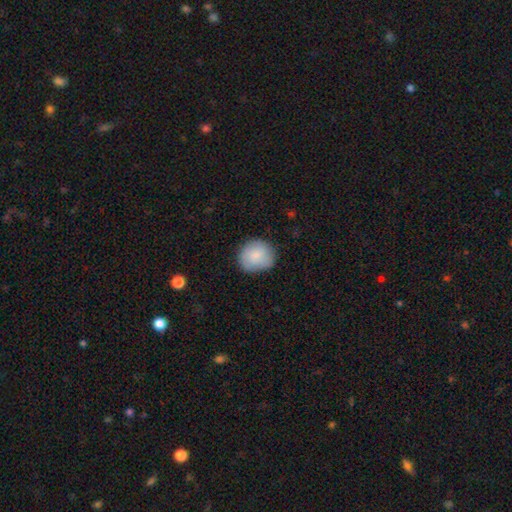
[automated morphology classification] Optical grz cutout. It shows a smooth galaxy with no disk features (82%) that is round (77%). Merging: none (76%).